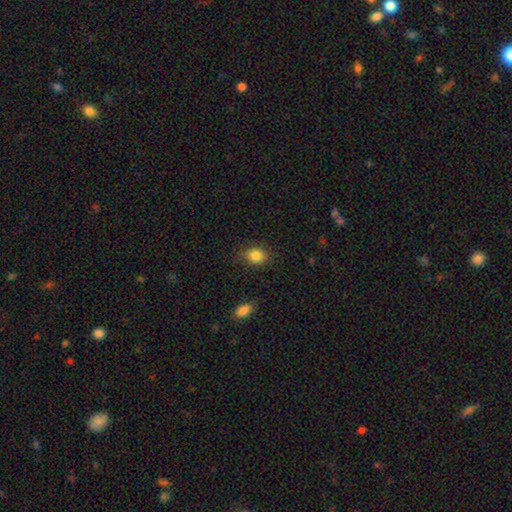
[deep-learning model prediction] smooth-or-featured: smooth: 84% | star or artifact: 10% | featured or disk: 6%
  how-rounded: in between: 59% | round: 40% | cigar-shaped: 1%
  merging: none: 79% | minor disturbance: 16% | major disturbance: 4% | merger: 2%